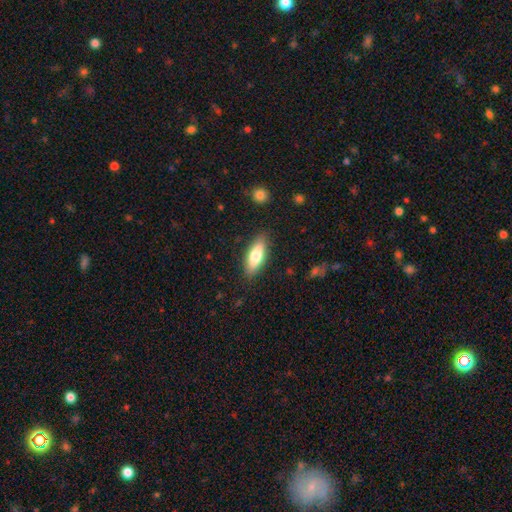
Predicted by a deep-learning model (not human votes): This appears to be a smooth galaxy with no disk features (72%) that is in between round and cigar-shaped (64%). Merging: none (85%).